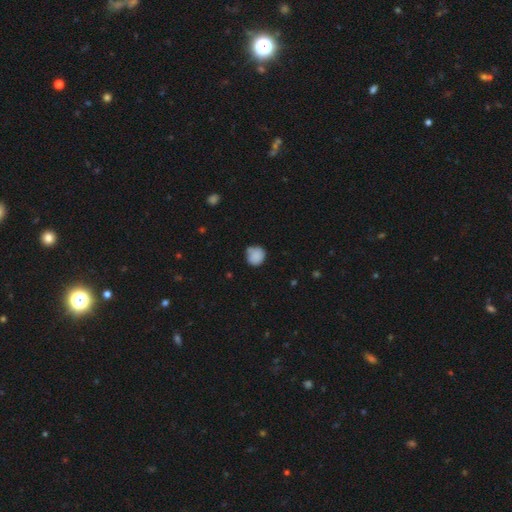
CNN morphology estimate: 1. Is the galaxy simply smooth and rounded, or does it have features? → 85% smooth, 9% star or artifact, 6% featured or disk.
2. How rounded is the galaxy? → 88% round, 11% in between, 1% cigar-shaped.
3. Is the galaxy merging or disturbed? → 65% none, 23% minor disturbance, 7% merger, 5% major disturbance.